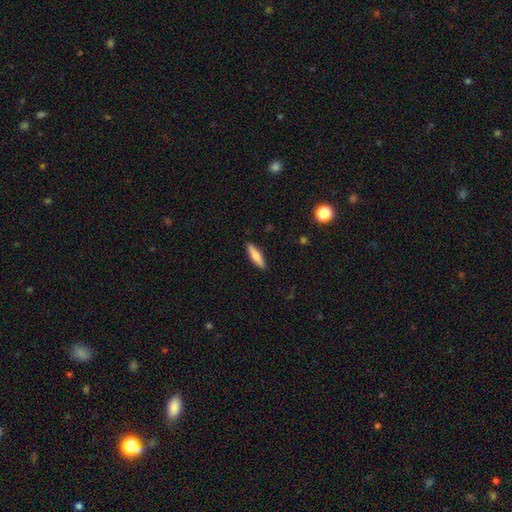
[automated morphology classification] Overall: smooth (77%). How rounded: cigar-shaped (74%). Merging: none (90%).